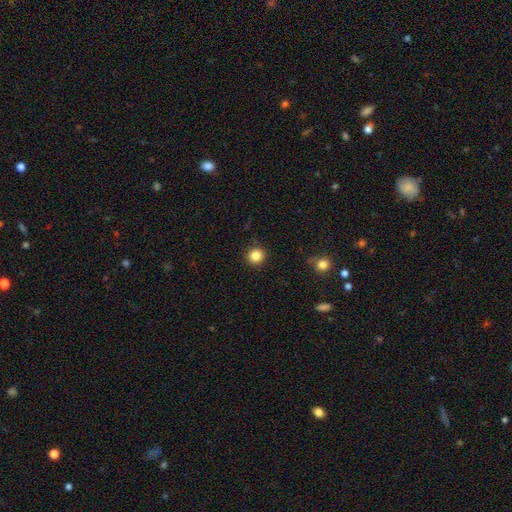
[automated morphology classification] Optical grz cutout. It shows a smooth galaxy with no disk features (85%) that is round (94%). Merging: none (91%).